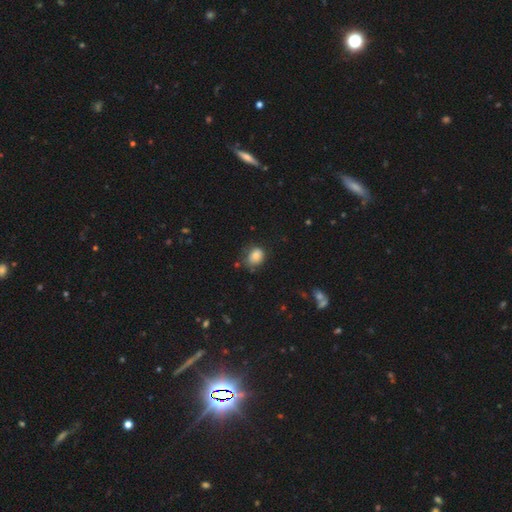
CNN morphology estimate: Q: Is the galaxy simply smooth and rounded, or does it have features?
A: smooth — 84%.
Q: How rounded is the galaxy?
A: in between — 53%.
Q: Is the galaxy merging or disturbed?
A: none — 61%.